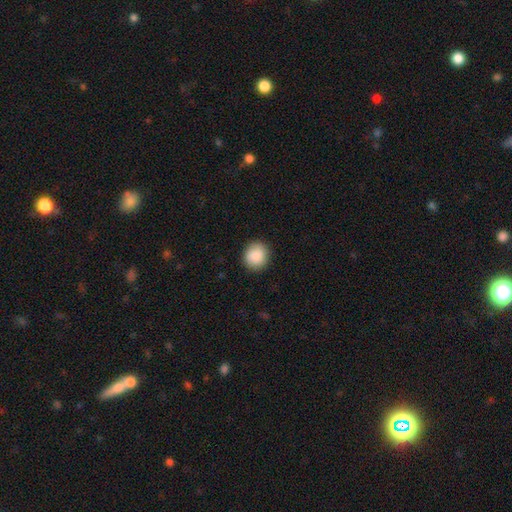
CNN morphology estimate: Smooth or featured? smooth (89%)
How rounded? round (87%)
Merging? none (89%)